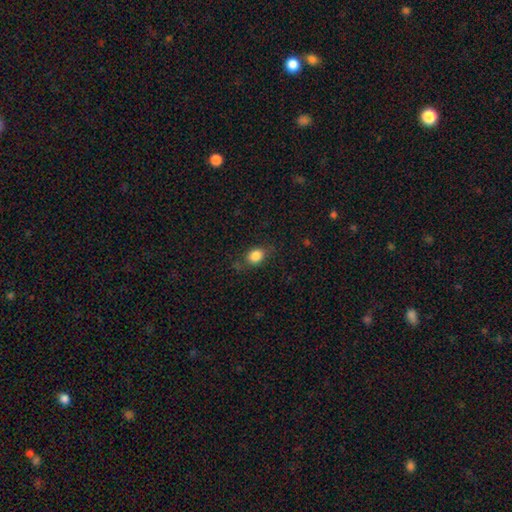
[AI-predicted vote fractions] Q: Smooth or featured?
A: smooth (85%); runner-up: star or artifact (10%)
Q: How rounded?
A: in between (50%); runner-up: round (48%)
Q: Merging?
A: none (77%); runner-up: minor disturbance (16%)